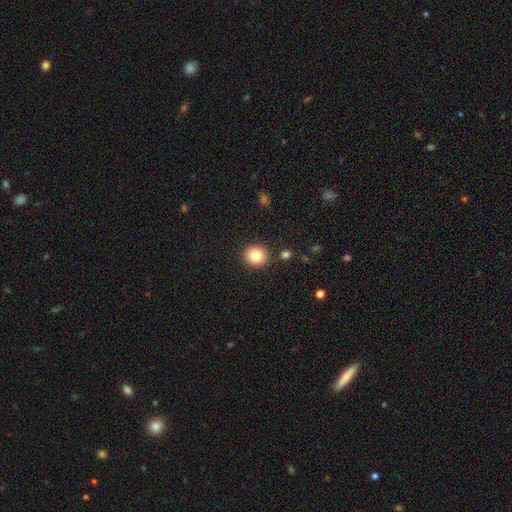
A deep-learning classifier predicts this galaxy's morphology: smooth 82%, star or artifact 10%, featured or disk 8%. Down the decision tree: how rounded — round (88%); merging — none (90%).